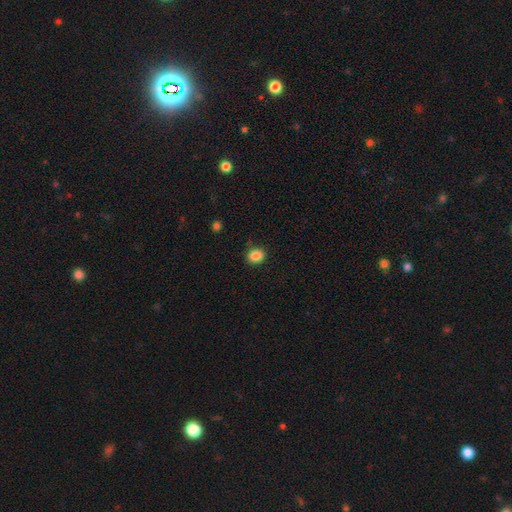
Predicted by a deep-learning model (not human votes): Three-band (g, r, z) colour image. It shows a smooth galaxy with no disk features (87%) that is round (59%). Merging: none (85%).